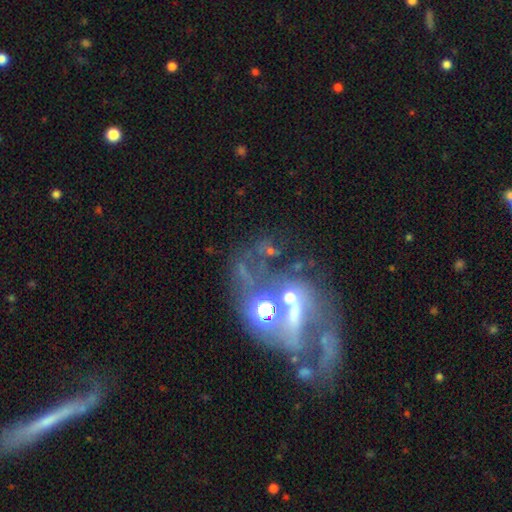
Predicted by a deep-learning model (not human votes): Morphology: type=featured or disk (69%); edge-on=no (96%); bar=no (42%); spiral arms=yes (74%); bulge=moderate (42%); merging=none (37%).